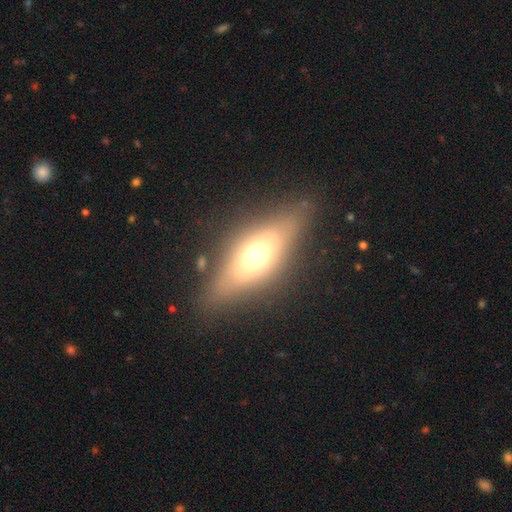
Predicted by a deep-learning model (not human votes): smooth-or-featured: smooth: 47% | featured or disk: 43% | star or artifact: 9%
  merging: none: 80% | minor disturbance: 13% | major disturbance: 5% | merger: 2%